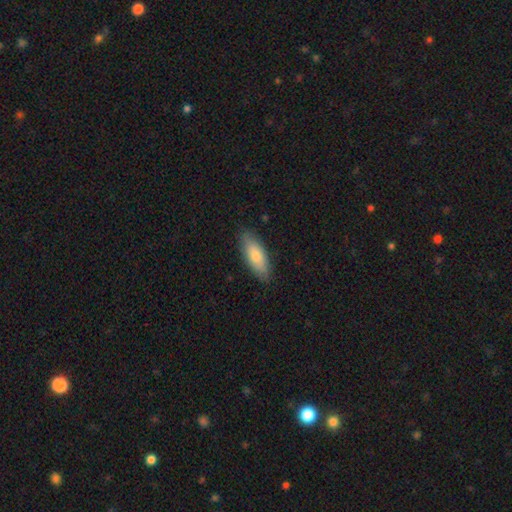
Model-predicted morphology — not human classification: Smooth or featured? Predicted: smooth (p=0.79). How rounded? Predicted: in between (p=0.74). Merging? Predicted: none (p=0.85).